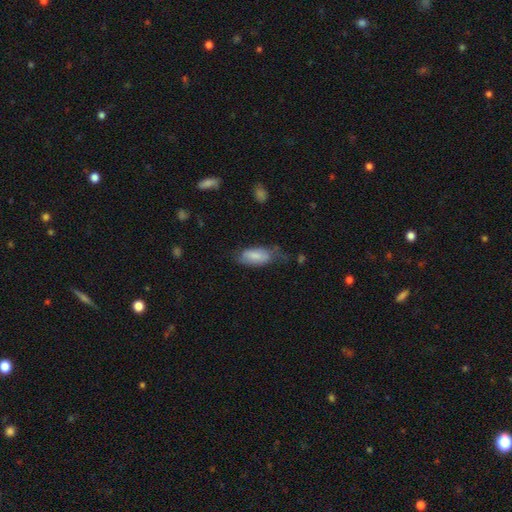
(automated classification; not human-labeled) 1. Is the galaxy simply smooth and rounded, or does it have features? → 71% smooth, 22% featured or disk, 6% star or artifact.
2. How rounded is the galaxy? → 84% in between, 13% cigar-shaped, 2% round.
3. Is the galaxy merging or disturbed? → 42% none, 35% minor disturbance, 20% major disturbance, 3% merger.